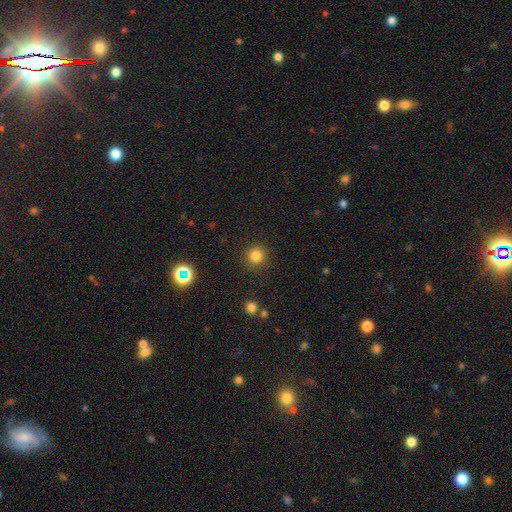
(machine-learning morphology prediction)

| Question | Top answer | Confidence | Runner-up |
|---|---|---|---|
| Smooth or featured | smooth | 82% | star or artifact (14%) |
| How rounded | round | 93% | in between (6%) |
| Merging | none | 89% | minor disturbance (7%) |